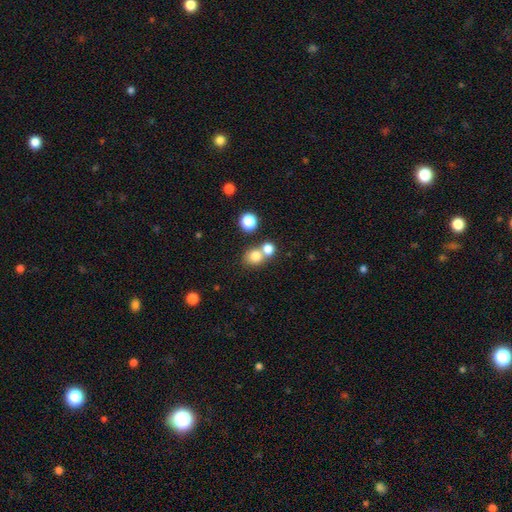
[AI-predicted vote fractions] smooth_or_featured: smooth (p=0.78) [alt: star or artifact p=0.13]
how_rounded: round (p=0.77) [alt: in between p=0.22]
merging: none (p=0.48) [alt: merger p=0.42]